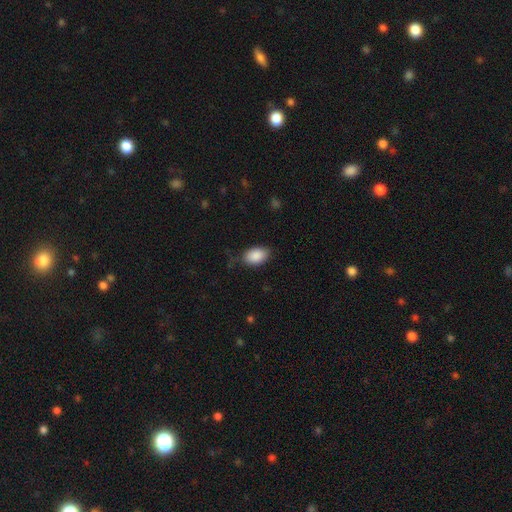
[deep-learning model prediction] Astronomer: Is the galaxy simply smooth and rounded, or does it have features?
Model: smooth — 89%.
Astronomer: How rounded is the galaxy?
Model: in between — 90%.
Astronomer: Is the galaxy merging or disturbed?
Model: none — 75%.